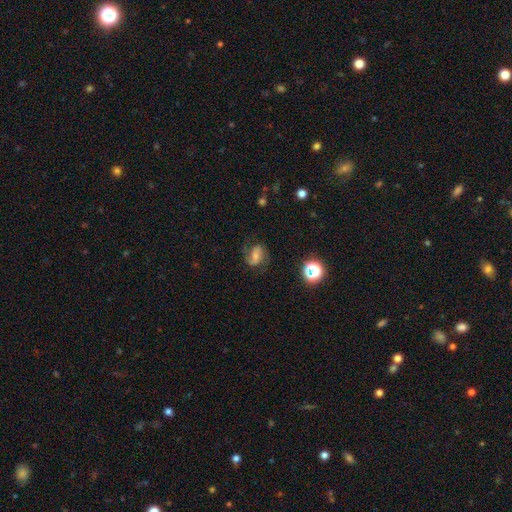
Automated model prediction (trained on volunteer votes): smooth-or-featured: featured or disk: 64% | smooth: 24% | star or artifact: 12%
  disk-edge-on: no: 97% | yes: 3%
    bar: no: 43% | weak: 38% | strong: 20%
    has-spiral-arms: yes: 91% | no: 9%
      spiral-winding: medium: 48% | loose: 32% | tight: 20%
      spiral-arm-count: 2: 79% | 1: 10% | can't tell: 7% | 3: 1% | 4: 1% | more than 4: 1%
    bulge-size: small: 48% | moderate: 38% | none: 7% | large: 5% | dominant: 2%
  merging: none: 65% | minor disturbance: 20% | major disturbance: 14% | merger: 2%